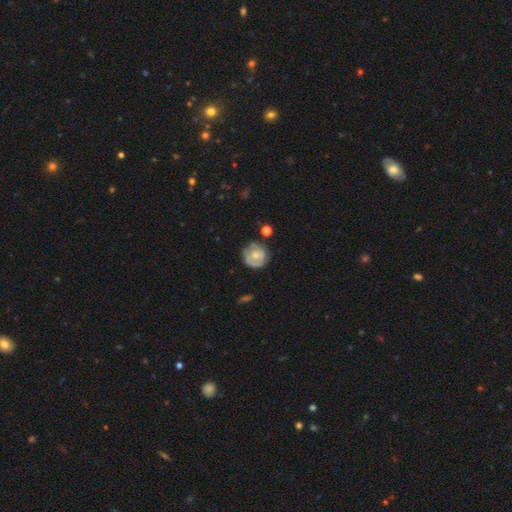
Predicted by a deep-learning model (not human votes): Q: Smooth or featured?
A: featured or disk (48%); runner-up: smooth (45%)
Q: Merging?
A: none (61%); runner-up: minor disturbance (25%)